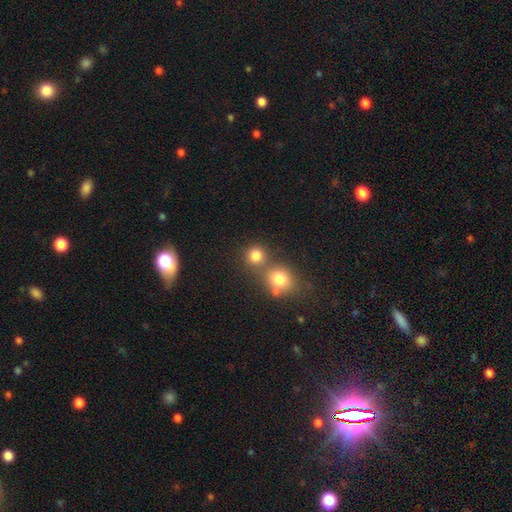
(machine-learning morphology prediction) Q: Smooth or featured?
A: smooth (80%); runner-up: star or artifact (13%)
Q: How rounded?
A: round (87%); runner-up: in between (12%)
Q: Merging?
A: none (55%); runner-up: merger (34%)